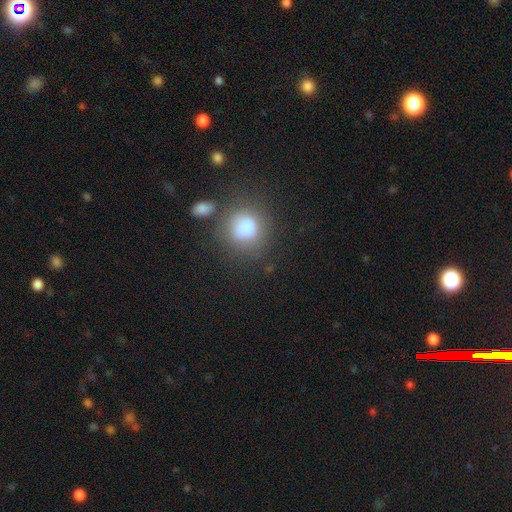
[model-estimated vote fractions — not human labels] smooth_or_featured: smooth (p=0.67) [alt: star or artifact p=0.25]
how_rounded: round (p=0.87) [alt: in between p=0.11]
merging: none (p=0.83) [alt: minor disturbance p=0.09]